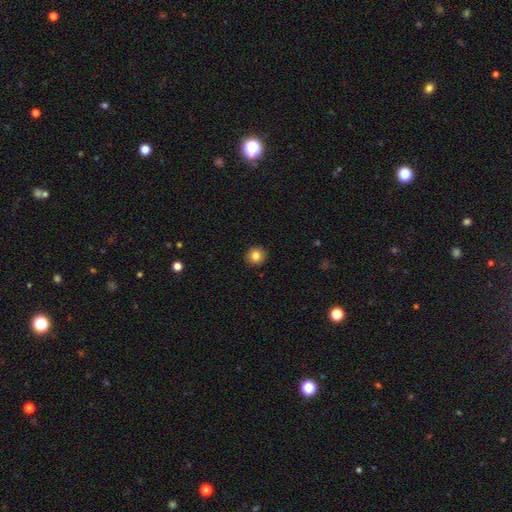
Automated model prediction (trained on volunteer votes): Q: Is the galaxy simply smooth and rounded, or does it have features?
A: smooth — 83%.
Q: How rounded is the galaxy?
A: round — 94%.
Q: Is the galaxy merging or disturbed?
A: none — 92%.